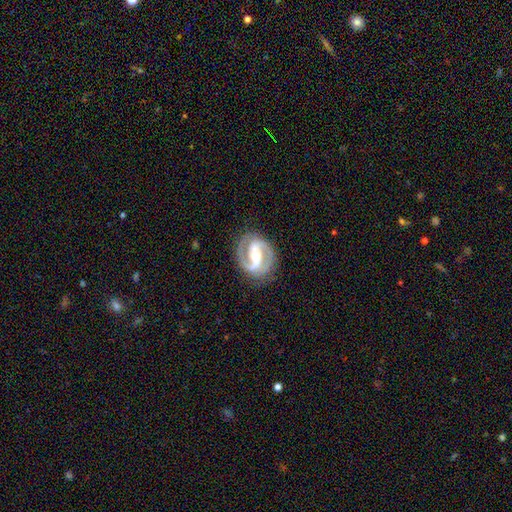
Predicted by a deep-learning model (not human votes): smooth_or_featured: featured or disk (p=0.92) [alt: smooth p=0.05]
disk_edge_on: no (p=0.98) [alt: yes p=0.02]
bar: strong (p=0.59) [alt: weak p=0.28]
has_spiral_arms: yes (p=0.97) [alt: no p=0.03]
spiral_winding: medium (p=0.53) [alt: tight p=0.36]
spiral_arm_count: 2 (p=0.93) [alt: can't tell p=0.02]
bulge_size: moderate (p=0.66) [alt: small p=0.27]
merging: none (p=0.84) [alt: minor disturbance p=0.11]